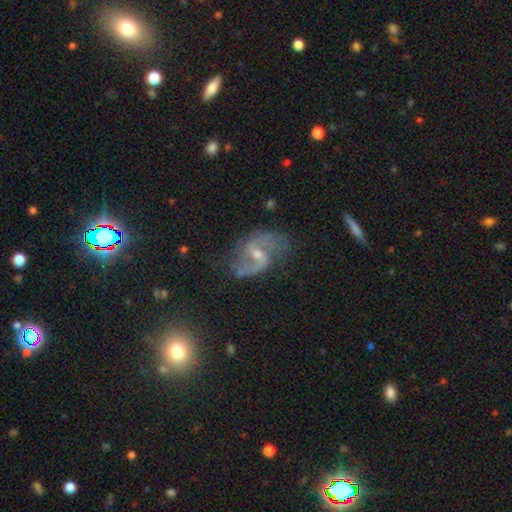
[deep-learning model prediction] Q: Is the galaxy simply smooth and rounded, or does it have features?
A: featured or disk — 84%.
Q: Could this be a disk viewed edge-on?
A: no — 97%.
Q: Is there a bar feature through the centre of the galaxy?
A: weak — 49%.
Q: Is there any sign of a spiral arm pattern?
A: yes — 96%.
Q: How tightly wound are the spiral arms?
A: loose — 53%.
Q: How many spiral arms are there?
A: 2 — 89%.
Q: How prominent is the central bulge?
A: small — 59%.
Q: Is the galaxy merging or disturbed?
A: none — 72%.